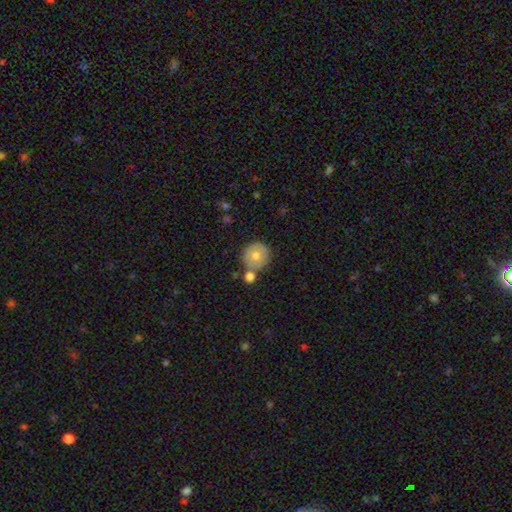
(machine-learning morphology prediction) A smooth galaxy with no disk features (69%) that is round (91%).

Vote fractions:
- Smooth or featured? smooth: 69% / featured or disk: 22% / star or artifact: 9%
- How rounded? round: 91% / in between: 8% / cigar-shaped: 1%
- Merging? none: 69% / merger: 17% / minor disturbance: 11% / major disturbance: 3%